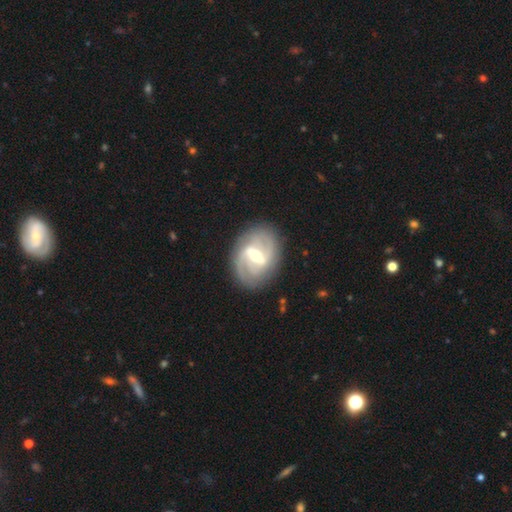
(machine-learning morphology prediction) featured or disk 87%, smooth 8%, star or artifact 5%. Down the decision tree: edge-on disk — no (96%); bar — strong (56%); spiral arms — yes (94%); spiral arm count — 2 (59%); spiral winding — medium (43%); bulge size — moderate (64%); merging — none (83%).